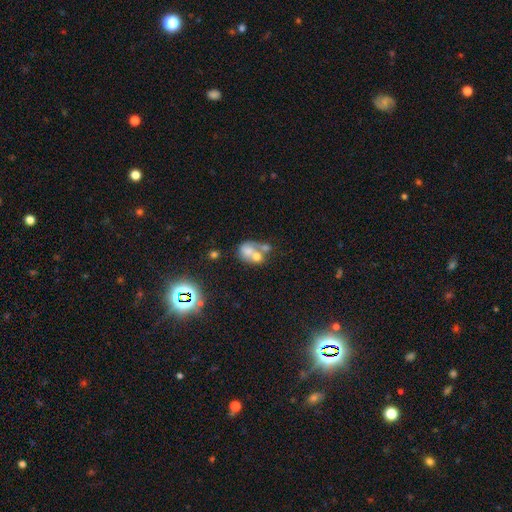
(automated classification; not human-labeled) Smooth or featured: smooth — 55% (featured or disk — 30%)
How rounded: in between — 54% (round — 45%)
Merging: merger — 62% (none — 20%)